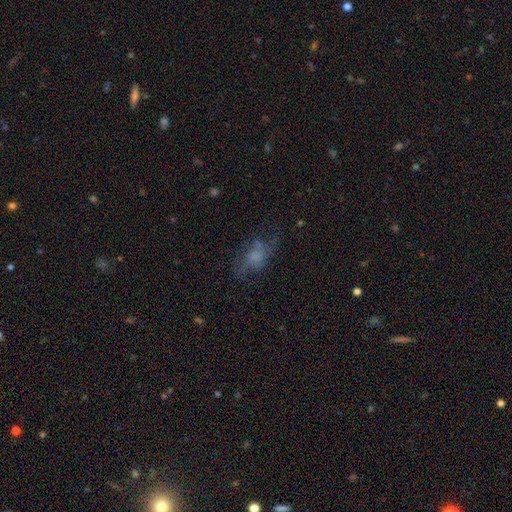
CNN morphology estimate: Overall: smooth (47%; featured or disk 38%). Merging: none (52%; minor disturbance 23%).